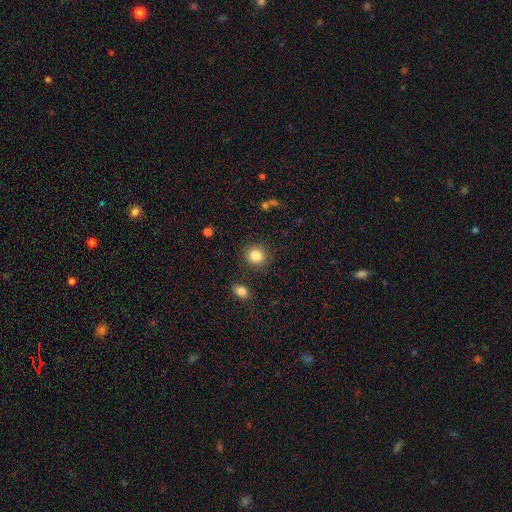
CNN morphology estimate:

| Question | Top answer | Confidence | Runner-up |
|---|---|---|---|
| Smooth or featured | smooth | 85% | star or artifact (10%) |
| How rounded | round | 85% | in between (14%) |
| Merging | none | 87% | minor disturbance (8%) |